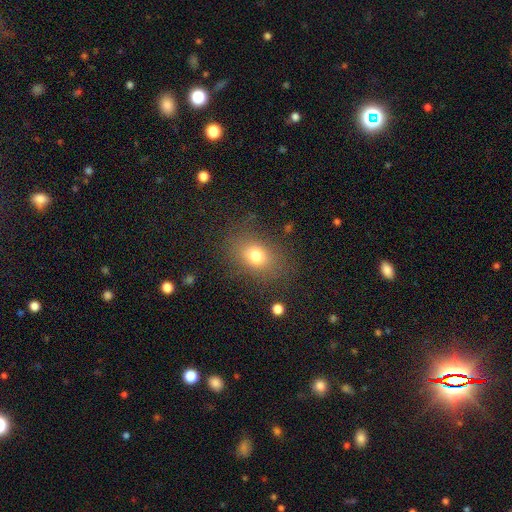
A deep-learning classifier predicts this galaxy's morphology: type=smooth (75%); roundness=in between (63%); merging=none (79%).